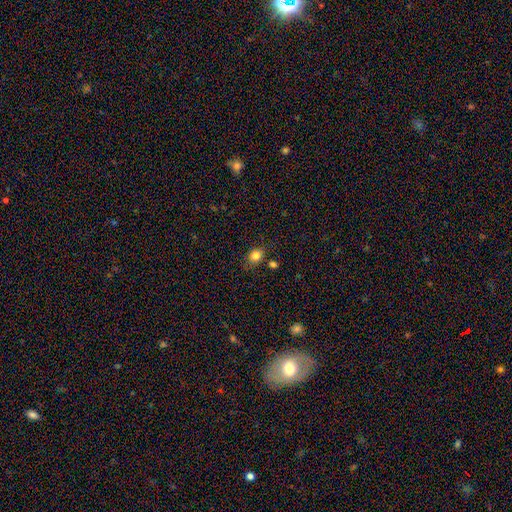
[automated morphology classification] smooth-or-featured: smooth: 82% | star or artifact: 12% | featured or disk: 6%
  how-rounded: round: 55% | in between: 44% | cigar-shaped: 1%
  merging: none: 75% | minor disturbance: 15% | merger: 6% | major disturbance: 4%